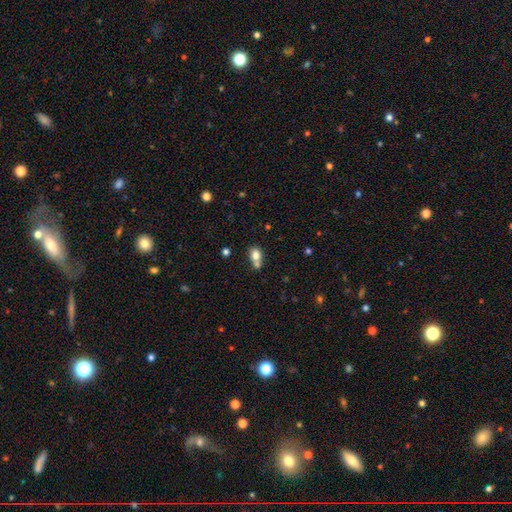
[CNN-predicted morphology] Overall: smooth (78%). How rounded: in between (50%; round 48%). Merging: merger (47%; none 38%).